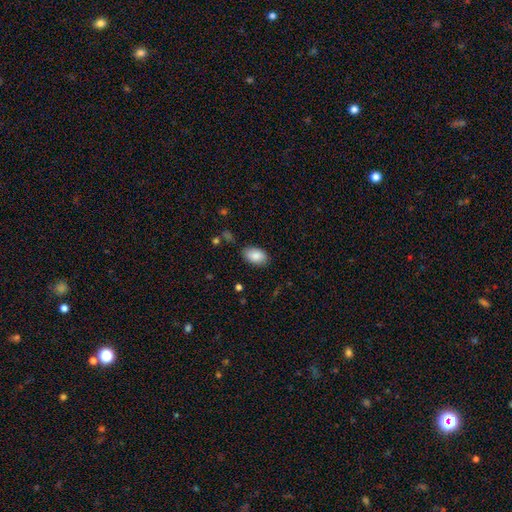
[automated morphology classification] This is clearly a smooth galaxy (87%). How rounded: clearly in between (91%). Merging: clearly none (81%).